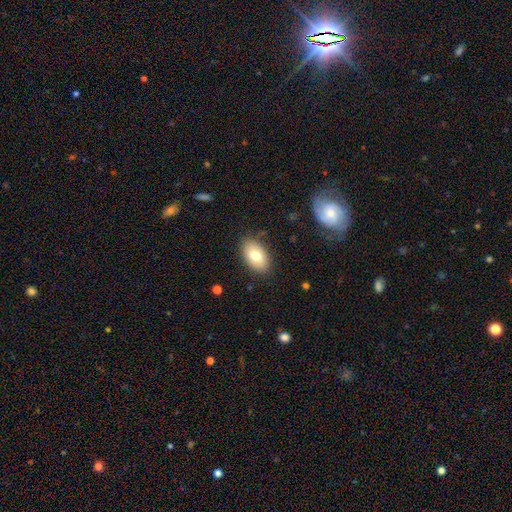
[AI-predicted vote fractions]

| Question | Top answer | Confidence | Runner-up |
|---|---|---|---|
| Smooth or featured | smooth | 76% | featured or disk (17%) |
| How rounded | in between | 92% | round (7%) |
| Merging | none | 85% | minor disturbance (11%) |